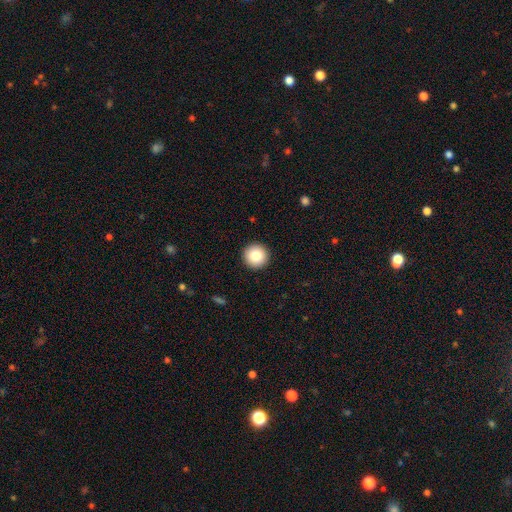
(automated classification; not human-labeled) Smooth or featured? Predicted: smooth (p=0.85). How rounded? Predicted: round (p=0.96). Merging? Predicted: none (p=0.93).